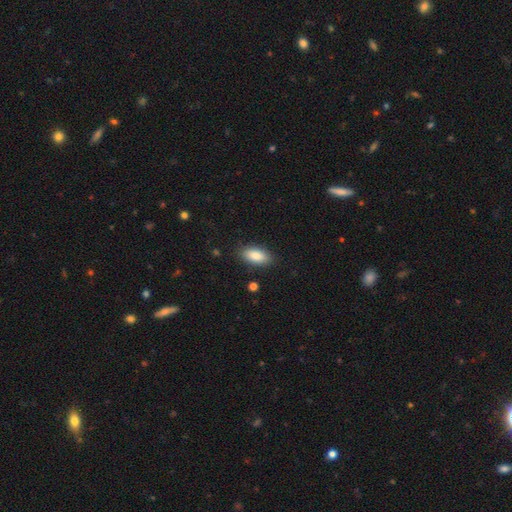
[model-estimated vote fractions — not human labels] Smooth or featured? smooth (86%)
How rounded? in between (89%)
Merging? none (86%)